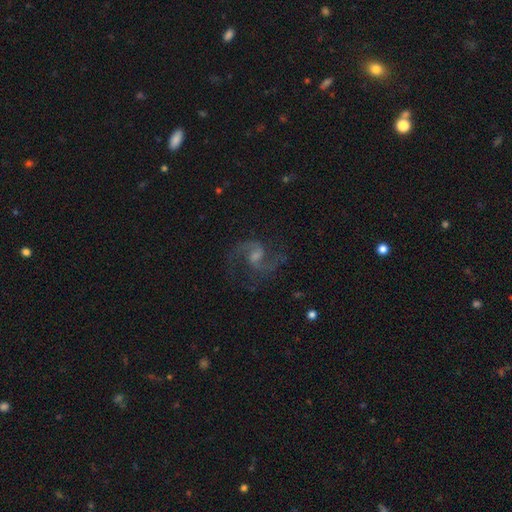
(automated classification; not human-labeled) Morphology: type=featured or disk (81%); edge-on=no (97%); bar=weak (52%); spiral arms=yes (97%); winding=medium (56%); arm count=2 (87%); bulge=small (44%); merging=none (79%).